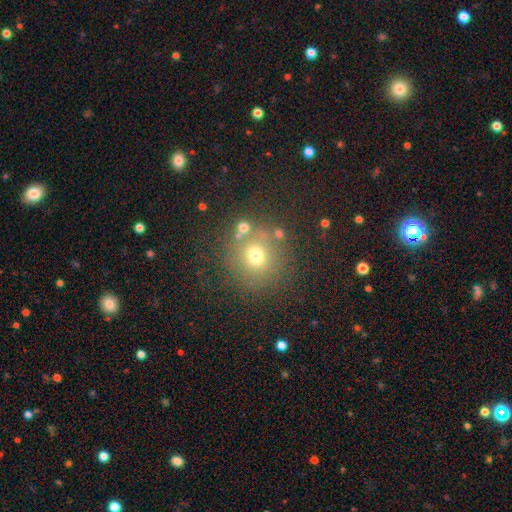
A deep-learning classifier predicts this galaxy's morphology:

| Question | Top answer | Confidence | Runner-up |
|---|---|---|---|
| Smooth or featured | smooth | 67% | star or artifact (20%) |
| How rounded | round | 91% | in between (8%) |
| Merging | none | 76% | minor disturbance (10%) |